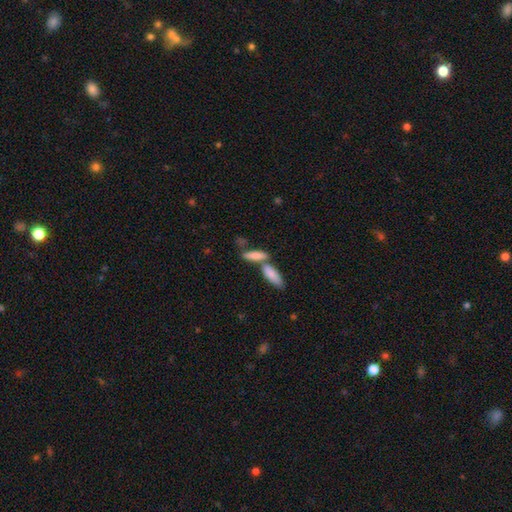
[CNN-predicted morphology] smooth 75%, featured or disk 18%, star or artifact 7%. Down the decision tree: how rounded — cigar-shaped (53%); merging — merger (46%).